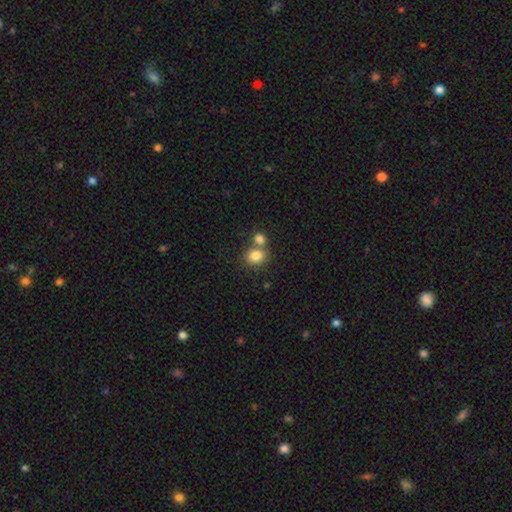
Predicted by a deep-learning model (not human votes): Smooth or featured? smooth (82%)
How rounded? round (61%)
Merging? none (49%)